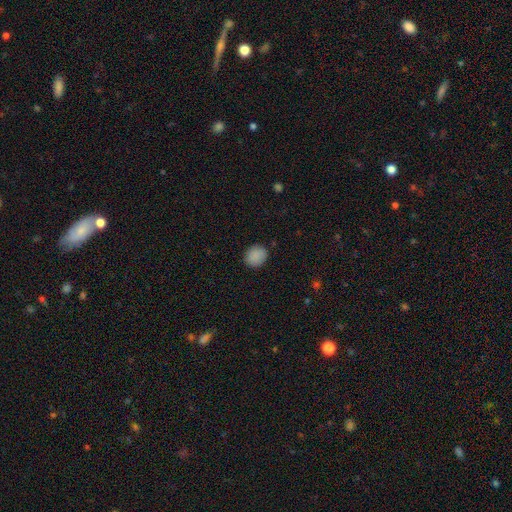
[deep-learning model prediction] The model was most divided on "how rounded": round: 70%, in between: 29%, cigar-shaped: 1%. More confident: smooth or featured — smooth (88%); merging — none (87%).